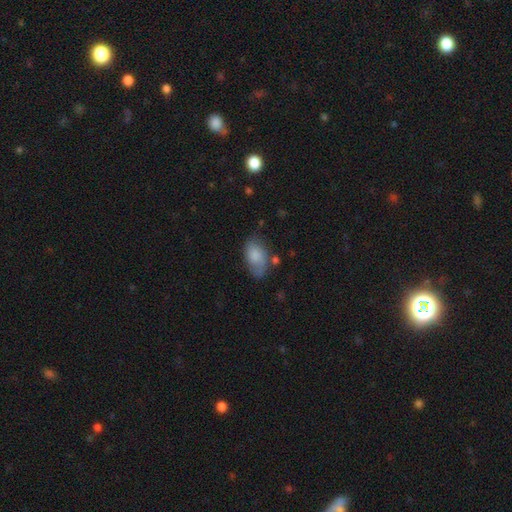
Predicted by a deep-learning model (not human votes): A smooth galaxy with no disk features (75%) that is in between round and cigar-shaped (92%). Merging: none (57%).